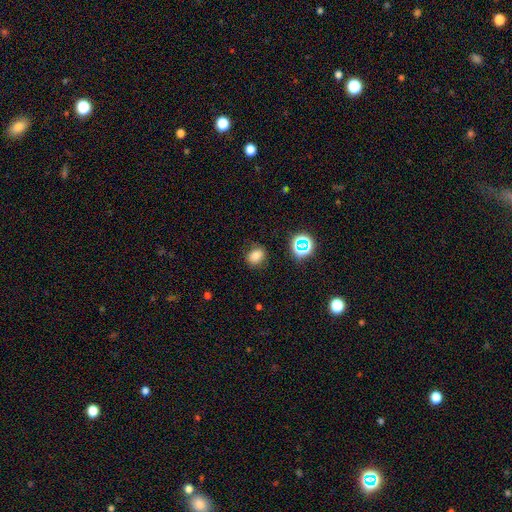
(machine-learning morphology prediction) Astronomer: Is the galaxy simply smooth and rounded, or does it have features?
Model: smooth — 75%.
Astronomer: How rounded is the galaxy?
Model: round — 54% (runner-up: in between, 45%).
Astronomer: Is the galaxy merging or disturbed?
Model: none — 81%.